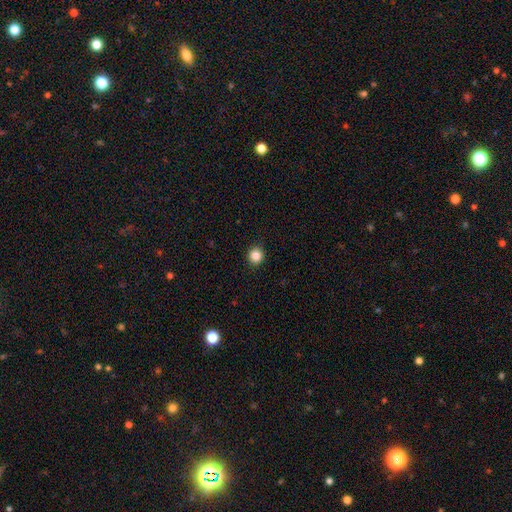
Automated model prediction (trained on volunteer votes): Overall: smooth (86%). How rounded: round (87%). Merging: none (92%).